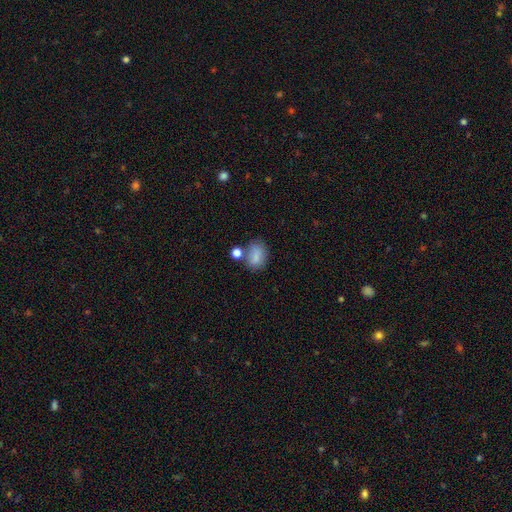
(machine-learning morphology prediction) Overall: smooth (81%). How rounded: in between (67%; round 32%). Merging: none (56%; merger 19%).